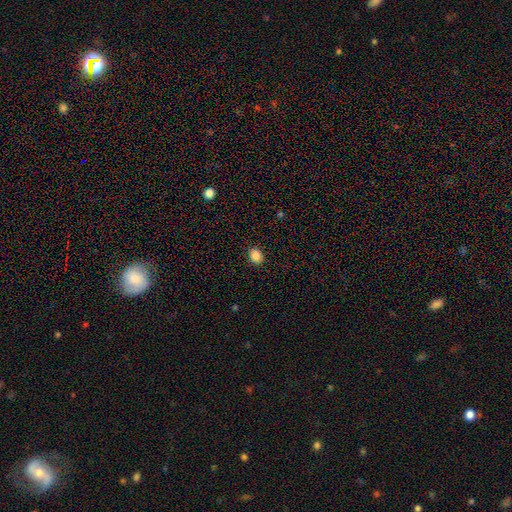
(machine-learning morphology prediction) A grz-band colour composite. It shows a smooth galaxy with no disk features (87%) that is round (53%). Merging: none (89%).